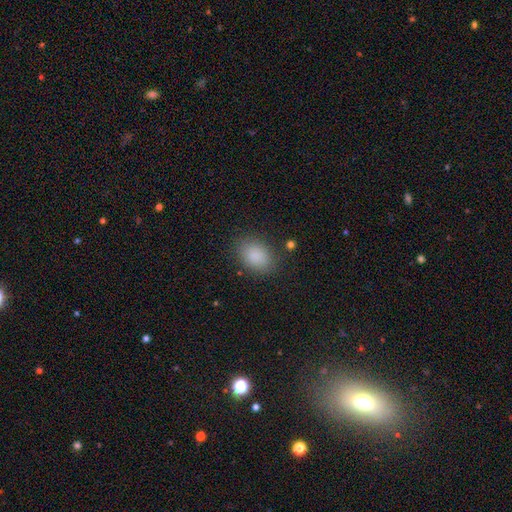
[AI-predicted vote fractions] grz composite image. It shows a smooth galaxy with no disk features (87%) that is in between round and cigar-shaped (80%). Merging: none (83%).